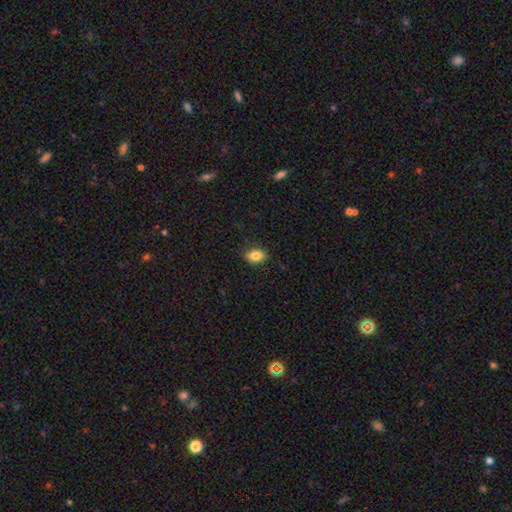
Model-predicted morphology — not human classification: This appears to be a smooth galaxy with no disk features (84%) that is in between round and cigar-shaped (82%). Merging: none (86%).